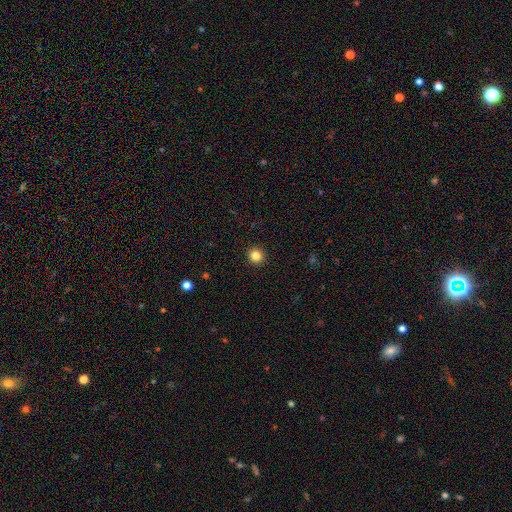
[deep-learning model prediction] The model was most divided on "smooth or featured": smooth: 84%, star or artifact: 12%, featured or disk: 5%. More confident: how rounded — round (94%); merging — none (93%).